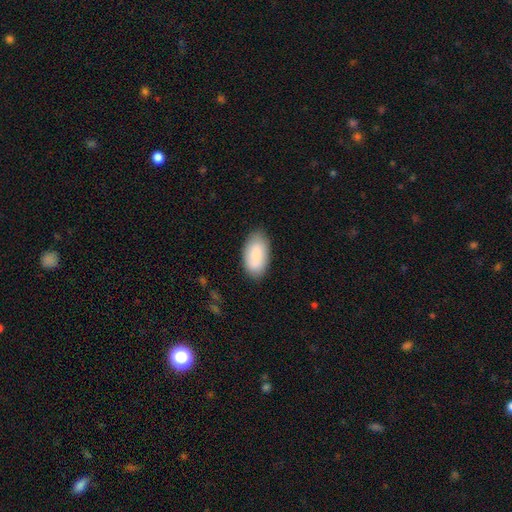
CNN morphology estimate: Smooth or featured?
  - smooth: 83% *
  - featured or disk: 11%
  - star or artifact: 6%
How rounded?
  - in between: 95% *
  - round: 3%
  - cigar-shaped: 2%
Merging?
  - none: 82% *
  - minor disturbance: 14%
  - major disturbance: 3%
  - merger: 1%